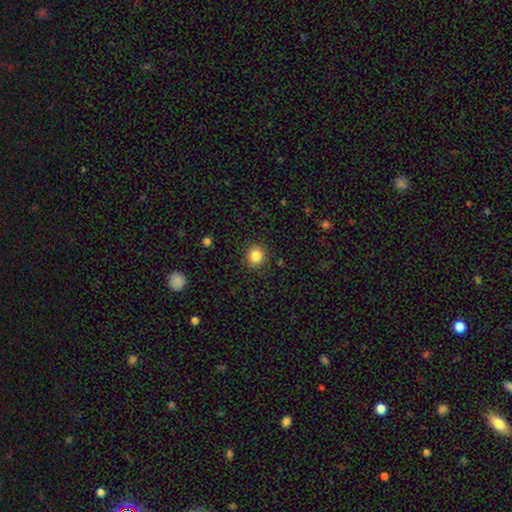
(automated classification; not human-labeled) smooth-or-featured: smooth: 84% | star or artifact: 11% | featured or disk: 5%
  how-rounded: round: 87% | in between: 12% | cigar-shaped: 1%
  merging: none: 90% | minor disturbance: 7% | major disturbance: 2% | merger: 1%